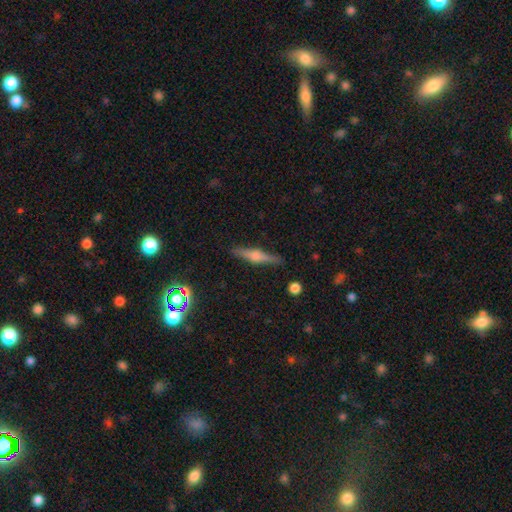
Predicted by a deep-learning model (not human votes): Smooth or featured? featured or disk (63%)
Edge-on disk? yes (97%)
Edge-on bulge? rounded (82%)
Merging? none (89%)